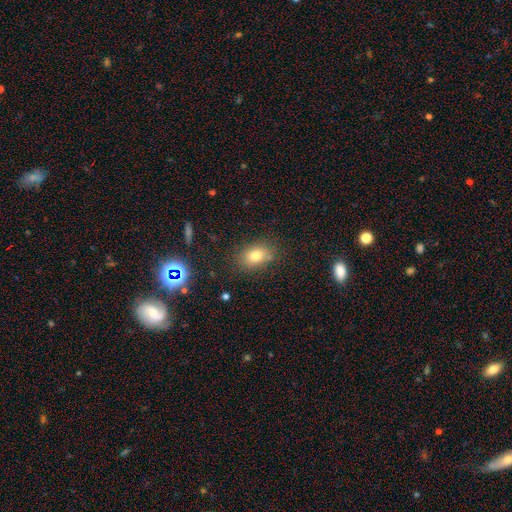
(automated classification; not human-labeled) A smooth galaxy with no disk features (75%) that is in between round and cigar-shaped (72%).

Vote fractions:
- Smooth or featured? smooth: 75% / star or artifact: 14% / featured or disk: 11%
- How rounded? in between: 72% / round: 26% / cigar-shaped: 2%
- Merging? none: 80% / minor disturbance: 13% / major disturbance: 4% / merger: 3%